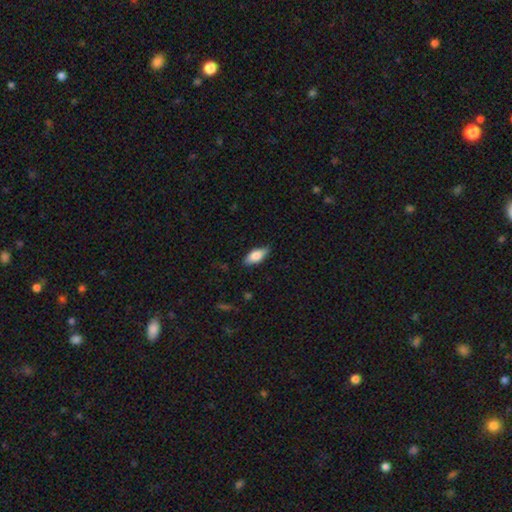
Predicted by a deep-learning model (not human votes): Smooth or featured?
  - smooth: 74% *
  - featured or disk: 19%
  - star or artifact: 6%
How rounded?
  - in between: 84% *
  - cigar-shaped: 14%
  - round: 3%
Merging?
  - none: 84% *
  - minor disturbance: 13%
  - major disturbance: 2%
  - merger: 1%